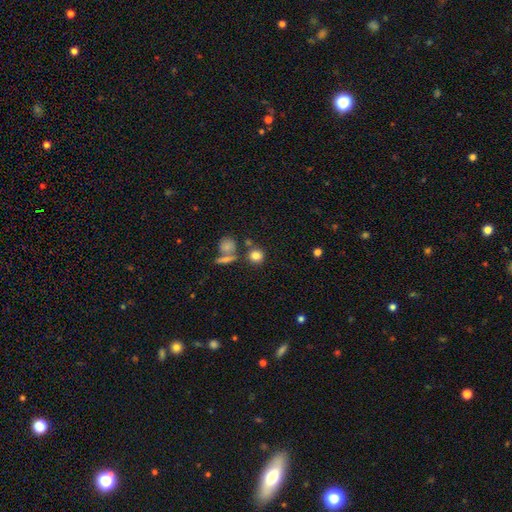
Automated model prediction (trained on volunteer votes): The model was most divided on "merging": none: 72%, merger: 15%, minor disturbance: 9%, major disturbance: 4%. More confident: how rounded — round (87%); smooth or featured — smooth (81%).